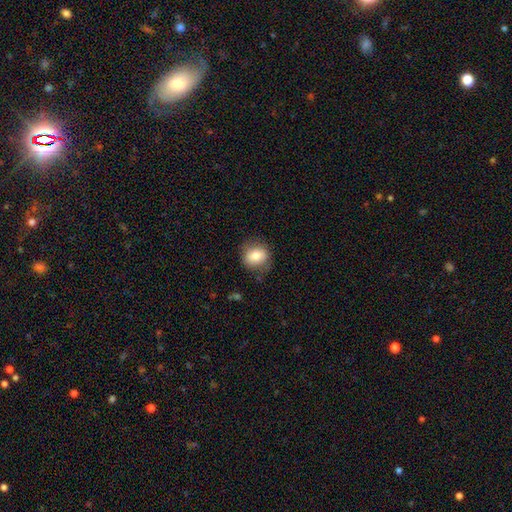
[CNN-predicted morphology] The model was most divided on "how rounded": round: 68%, in between: 31%, cigar-shaped: 1%. More confident: smooth or featured — smooth (79%); merging — none (78%).